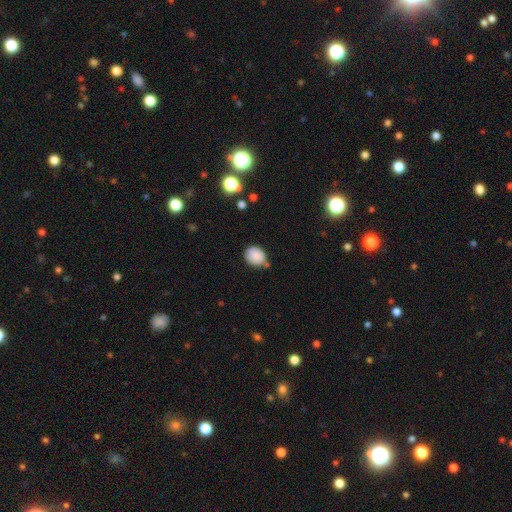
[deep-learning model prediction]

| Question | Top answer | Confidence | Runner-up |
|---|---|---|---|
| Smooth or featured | smooth | 86% | star or artifact (9%) |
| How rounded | round | 62% | in between (37%) |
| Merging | none | 62% | minor disturbance (25%) |